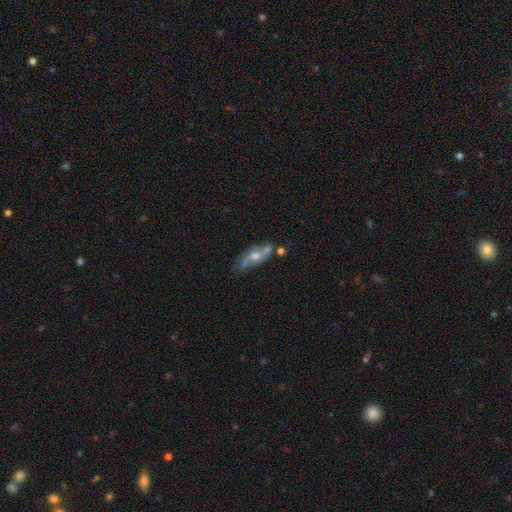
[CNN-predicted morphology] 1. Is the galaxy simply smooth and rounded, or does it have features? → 68% featured or disk, 23% smooth, 9% star or artifact.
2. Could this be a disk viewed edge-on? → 72% no, 28% yes.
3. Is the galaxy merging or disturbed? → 60% none, 18% minor disturbance, 14% merger, 7% major disturbance.